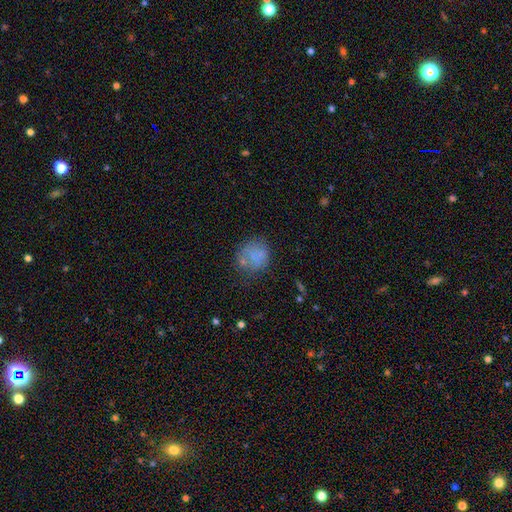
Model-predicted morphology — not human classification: type=smooth (67%); roundness=round (78%); merging=none (56%).